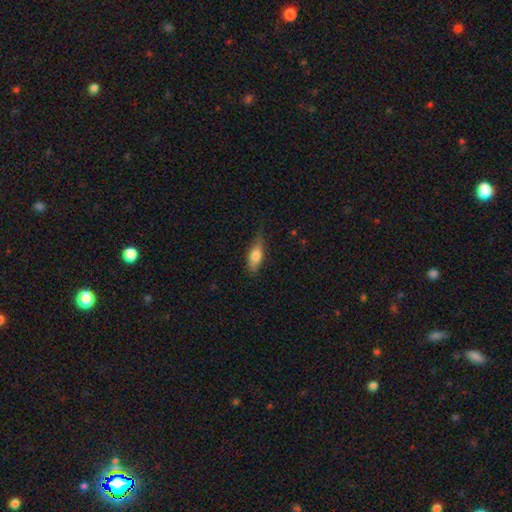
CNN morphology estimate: Q: Smooth or featured?
A: smooth (75%); runner-up: featured or disk (19%)
Q: How rounded?
A: in between (72%); runner-up: cigar-shaped (25%)
Q: Merging?
A: none (68%); runner-up: minor disturbance (26%)